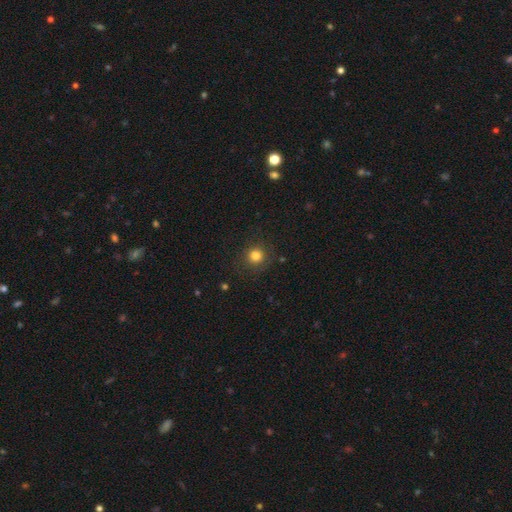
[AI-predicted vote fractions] Q: Smooth or featured?
A: smooth (81%); runner-up: star or artifact (13%)
Q: How rounded?
A: round (93%); runner-up: in between (6%)
Q: Merging?
A: none (87%); runner-up: minor disturbance (8%)